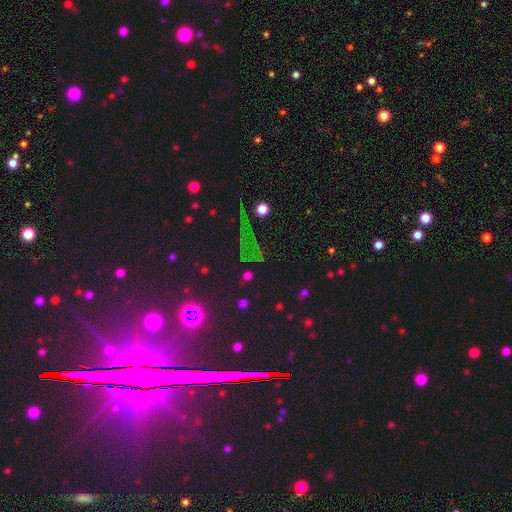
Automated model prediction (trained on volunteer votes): This is likely a star or artifact rather than a galaxy (67%).